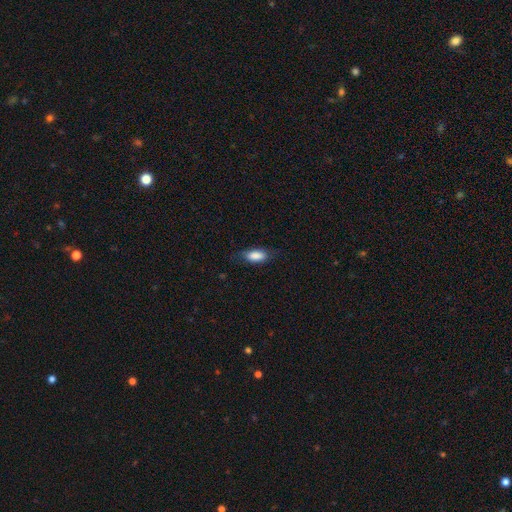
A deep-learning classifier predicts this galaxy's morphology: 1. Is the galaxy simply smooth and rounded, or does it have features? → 85% smooth, 8% featured or disk, 7% star or artifact.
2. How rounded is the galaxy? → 83% in between, 14% cigar-shaped, 3% round.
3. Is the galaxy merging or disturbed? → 74% none, 19% minor disturbance, 6% major disturbance, 1% merger.